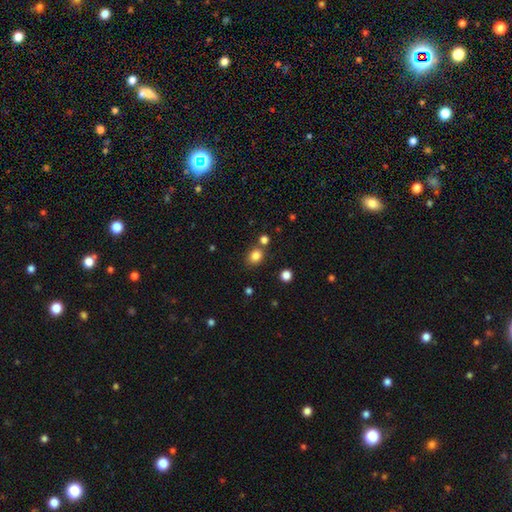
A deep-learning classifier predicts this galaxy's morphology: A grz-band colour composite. It shows a smooth galaxy with no disk features (82%) that is round (60%). Merging: none (73%).